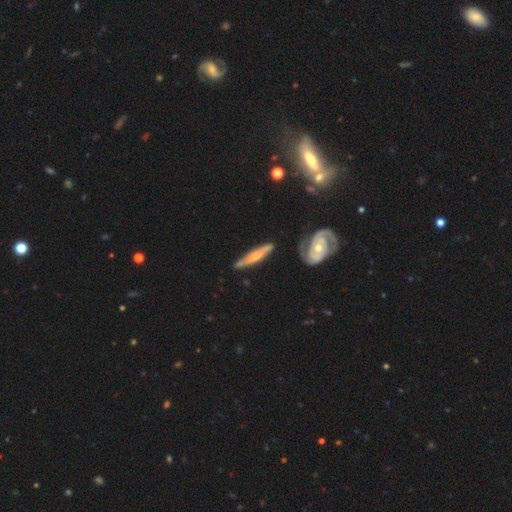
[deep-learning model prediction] The model was most divided on "smooth or featured": featured or disk: 63%, smooth: 32%, star or artifact: 5%. More confident: edge-on disk — yes (72%); merging — none (70%).